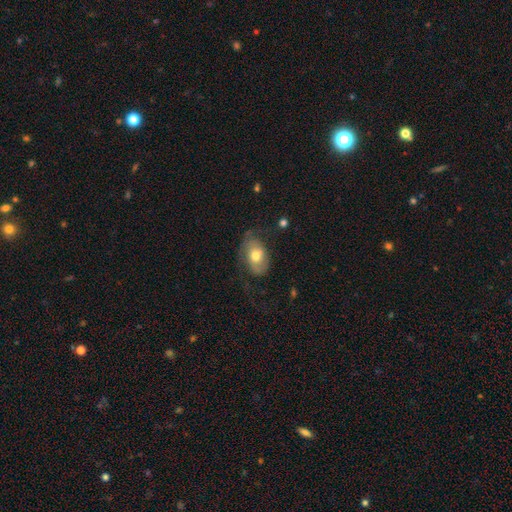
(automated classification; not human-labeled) Smooth or featured? smooth (57%)
How rounded? in between (84%)
Merging? none (54%)